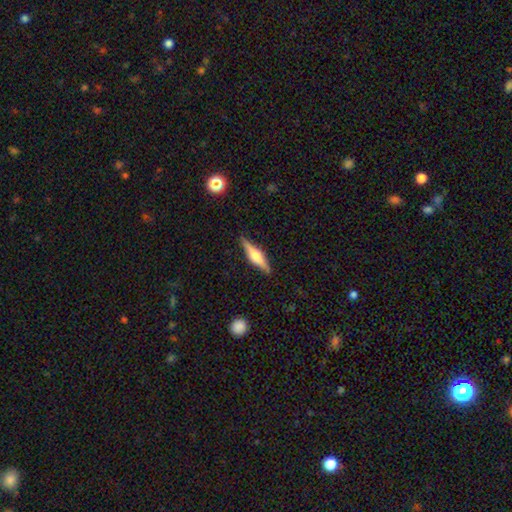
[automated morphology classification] Smooth or featured: featured or disk — 64% (smooth — 30%)
Edge-on disk: yes — 97% (no — 3%)
Edge-on bulge: rounded — 82% (boxy — 14%)
Merging: none — 88% (minor disturbance — 8%)